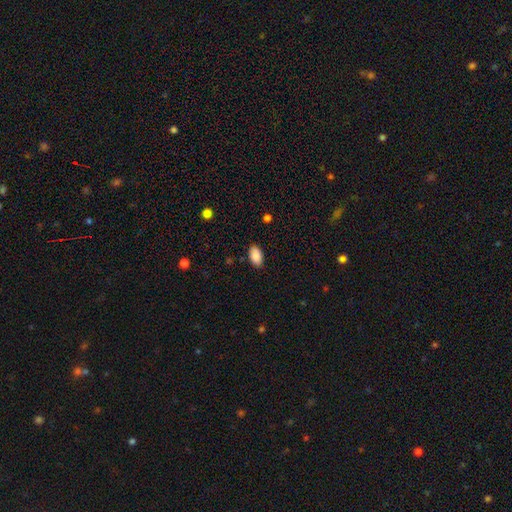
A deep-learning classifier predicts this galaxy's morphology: A smooth galaxy with no disk features (90%) that is in between round and cigar-shaped (94%).

Vote fractions:
- Smooth or featured? smooth: 90% / star or artifact: 7% / featured or disk: 3%
- How rounded? in between: 94% / round: 4% / cigar-shaped: 2%
- Merging? none: 88% / minor disturbance: 9% / major disturbance: 2% / merger: 1%